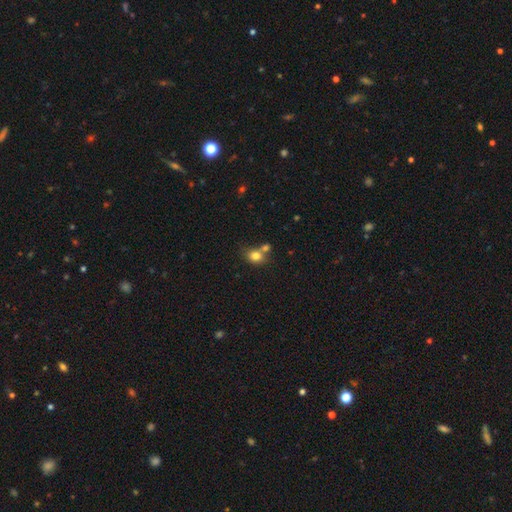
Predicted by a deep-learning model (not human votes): Smooth or featured? Predicted: smooth (p=0.81). How rounded? Predicted: round (p=0.55). Merging? Predicted: none (p=0.49).